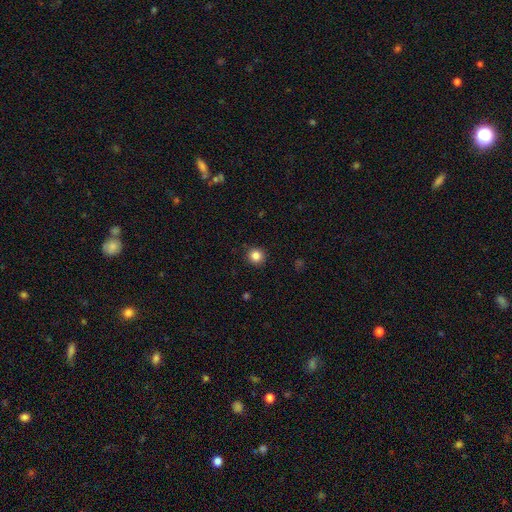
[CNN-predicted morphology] smooth 85%, star or artifact 11%, featured or disk 4%. Down the decision tree: how rounded — round (93%); merging — none (91%).